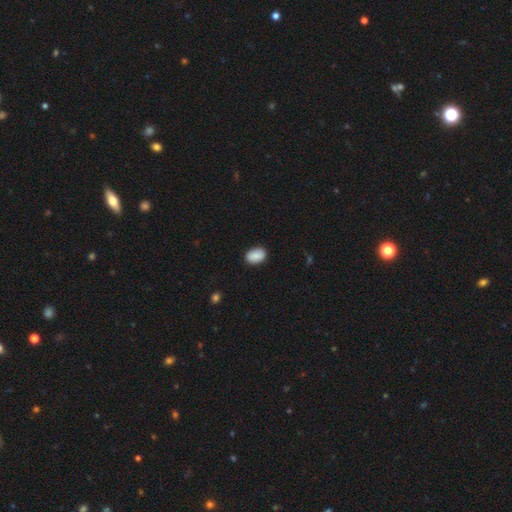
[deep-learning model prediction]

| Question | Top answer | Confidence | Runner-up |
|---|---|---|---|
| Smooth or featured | smooth | 88% | star or artifact (7%) |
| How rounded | in between | 85% | round (14%) |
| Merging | none | 87% | minor disturbance (10%) |